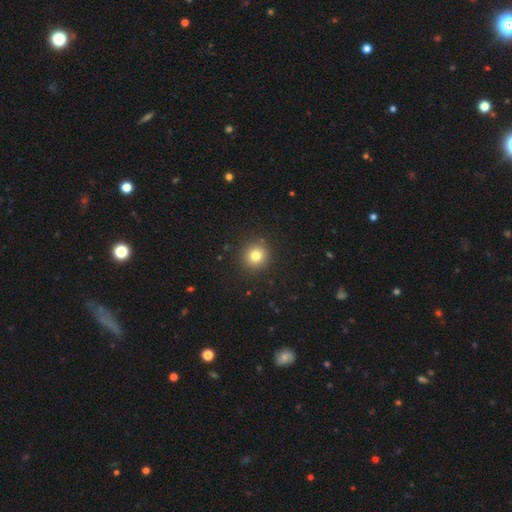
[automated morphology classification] A smooth galaxy with no disk features (79%) that is round (92%).

Vote fractions:
- Smooth or featured? smooth: 79% / star or artifact: 13% / featured or disk: 8%
- How rounded? round: 92% / in between: 7% / cigar-shaped: 1%
- Merging? none: 91% / minor disturbance: 6% / major disturbance: 2% / merger: 1%